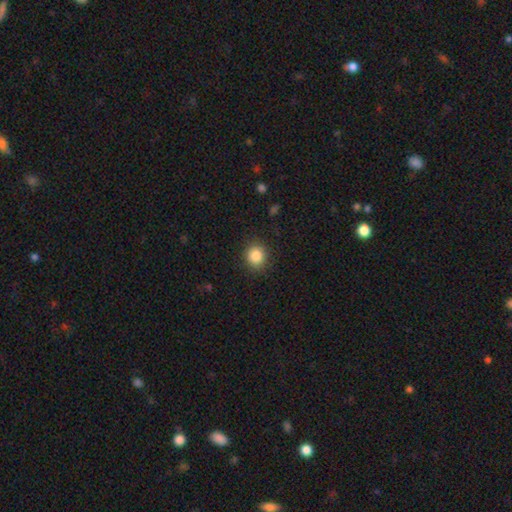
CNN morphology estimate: Q: Smooth or featured?
A: smooth (86%); runner-up: star or artifact (10%)
Q: How rounded?
A: round (82%); runner-up: in between (17%)
Q: Merging?
A: none (88%); runner-up: minor disturbance (8%)